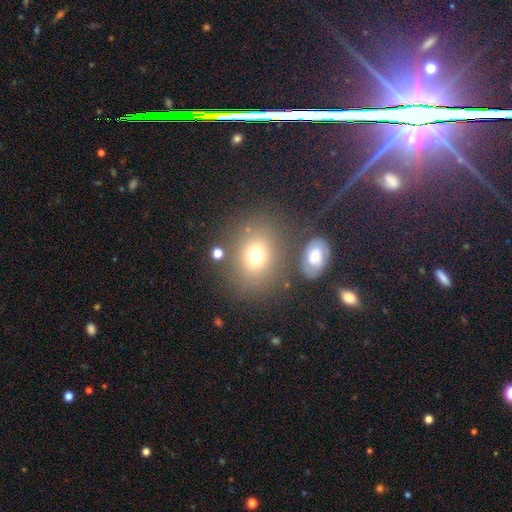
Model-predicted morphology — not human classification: The model was most divided on "how rounded": round: 54%, in between: 45%, cigar-shaped: 1%. More confident: smooth or featured — smooth (72%); merging — none (69%).